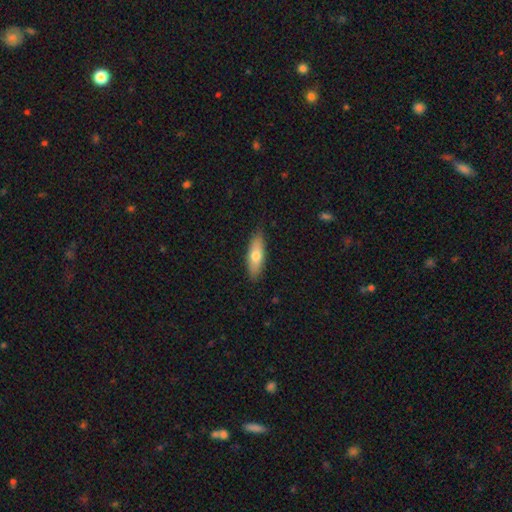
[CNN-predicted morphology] This is likely a smooth galaxy (69%). How rounded: possibly in between (55%). Merging: clearly none (86%).